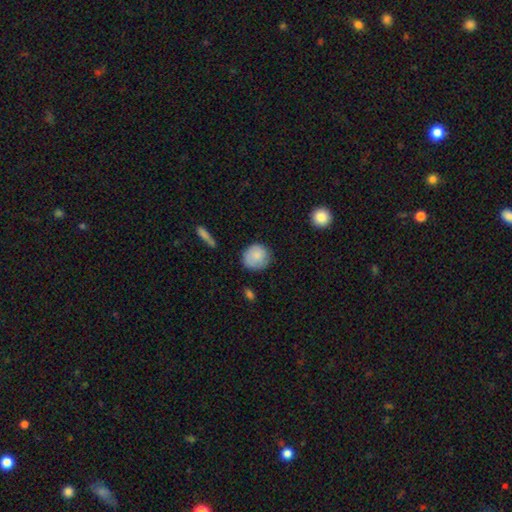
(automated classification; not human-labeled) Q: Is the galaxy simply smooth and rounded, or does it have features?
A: smooth — 83%.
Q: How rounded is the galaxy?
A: round — 83%.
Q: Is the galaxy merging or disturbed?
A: none — 76%.